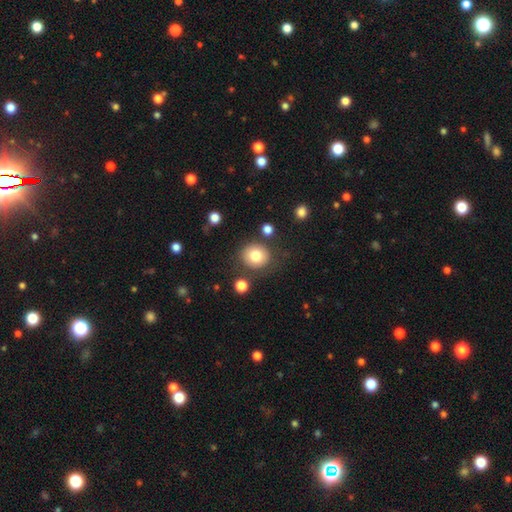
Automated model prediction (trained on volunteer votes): smooth_or_featured: smooth (p=0.79) [alt: featured or disk p=0.11]
how_rounded: round (p=0.82) [alt: in between p=0.17]
merging: none (p=0.79) [alt: minor disturbance p=0.11]